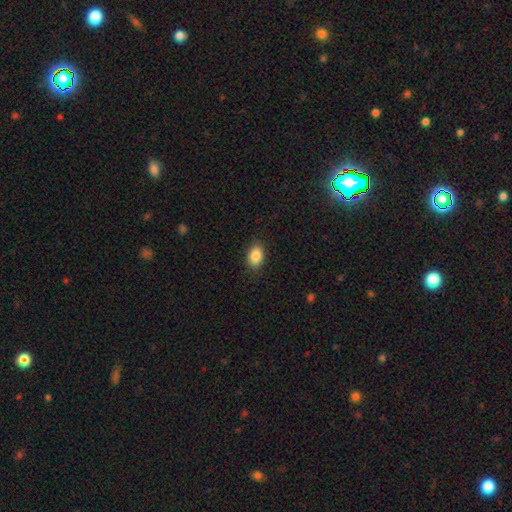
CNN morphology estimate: Q: Smooth or featured?
A: smooth (87%); runner-up: star or artifact (8%)
Q: How rounded?
A: in between (81%); runner-up: round (18%)
Q: Merging?
A: none (87%); runner-up: minor disturbance (10%)